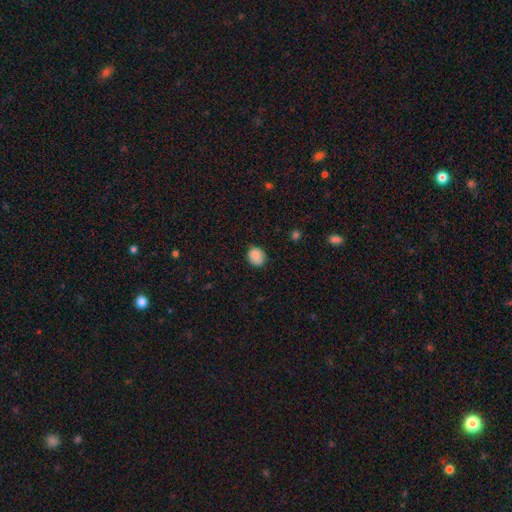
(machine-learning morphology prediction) Smooth or featured? Predicted: smooth (p=0.88). How rounded? Predicted: round (p=0.58). Merging? Predicted: none (p=0.81).